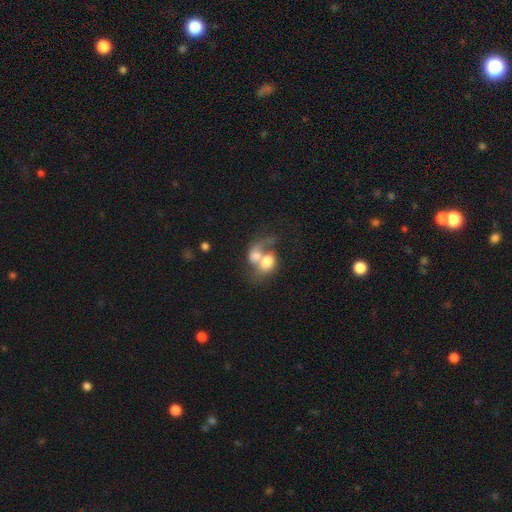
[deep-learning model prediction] Overall: smooth (54%; featured or disk 36%). How rounded: in between (60%; round 39%). Merging: merger (78%).